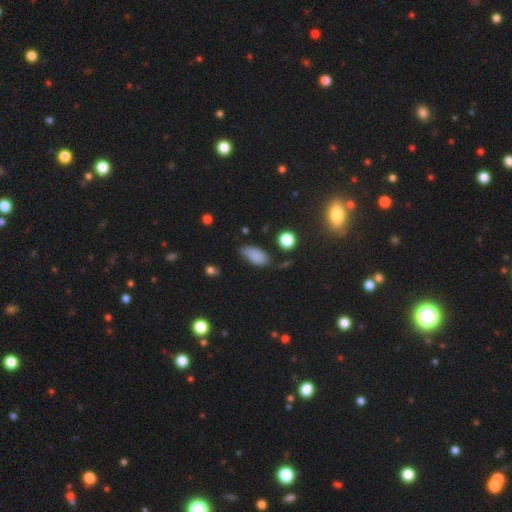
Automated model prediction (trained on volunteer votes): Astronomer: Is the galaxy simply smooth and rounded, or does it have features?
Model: smooth — 80%.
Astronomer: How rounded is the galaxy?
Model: in between — 90%.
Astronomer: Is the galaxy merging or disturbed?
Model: none — 55% (runner-up: minor disturbance, 33%).